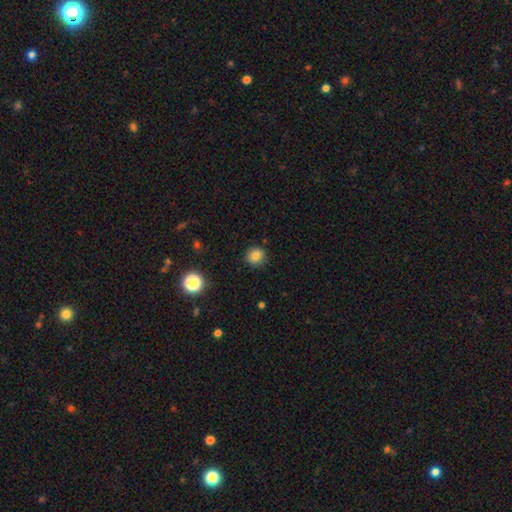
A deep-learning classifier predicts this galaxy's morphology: smooth_or_featured: smooth (p=0.80) [alt: star or artifact p=0.12]
how_rounded: round (p=0.90) [alt: in between p=0.09]
merging: none (p=0.89) [alt: minor disturbance p=0.08]